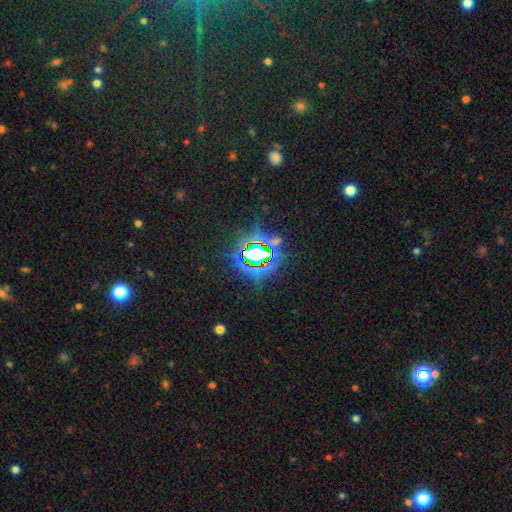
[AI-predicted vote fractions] Q: Smooth or featured?
A: star or artifact (78%); runner-up: smooth (13%)